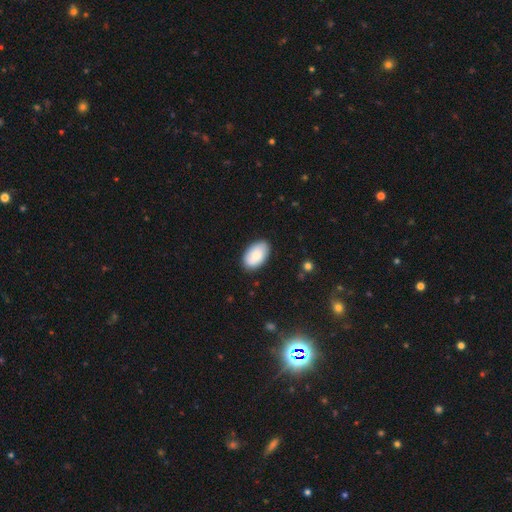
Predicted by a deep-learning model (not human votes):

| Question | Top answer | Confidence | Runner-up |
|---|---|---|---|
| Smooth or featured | smooth | 83% | featured or disk (11%) |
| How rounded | in between | 95% | round (4%) |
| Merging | none | 86% | minor disturbance (11%) |